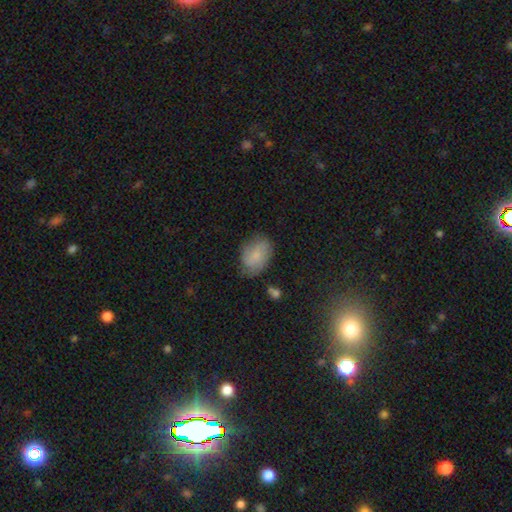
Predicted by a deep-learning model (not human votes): The model was most divided on "merging": none: 64%, minor disturbance: 26%, major disturbance: 7%, merger: 3%. More confident: how rounded — in between (81%); smooth or featured — smooth (65%).